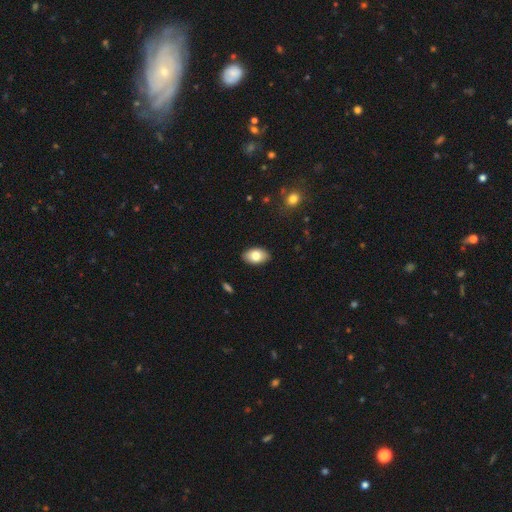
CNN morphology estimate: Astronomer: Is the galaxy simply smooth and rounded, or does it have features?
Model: smooth — 79%.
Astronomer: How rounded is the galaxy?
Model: in between — 91%.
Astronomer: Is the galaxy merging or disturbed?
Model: none — 88%.